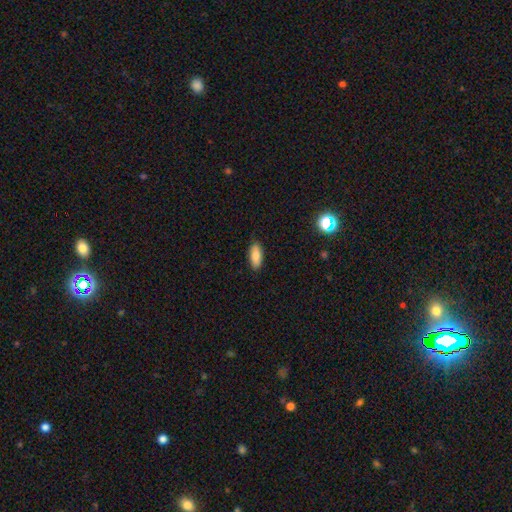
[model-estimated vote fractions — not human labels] smooth 86%, featured or disk 7%, star or artifact 7%. Down the decision tree: how rounded — in between (81%); merging — none (87%).